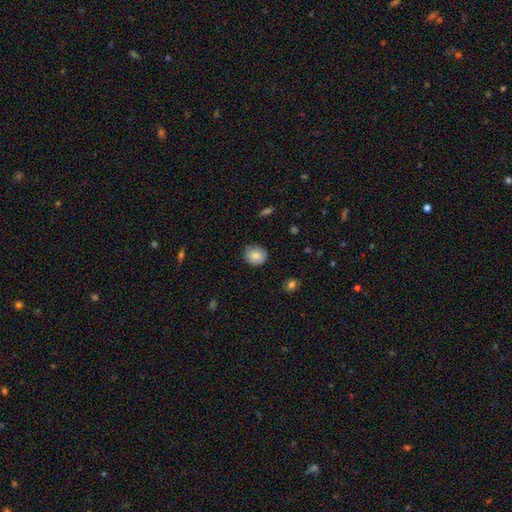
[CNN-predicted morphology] smooth_or_featured: smooth (p=0.82) [alt: featured or disk p=0.10]
how_rounded: round (p=0.78) [alt: in between p=0.21]
merging: none (p=0.82) [alt: minor disturbance p=0.15]